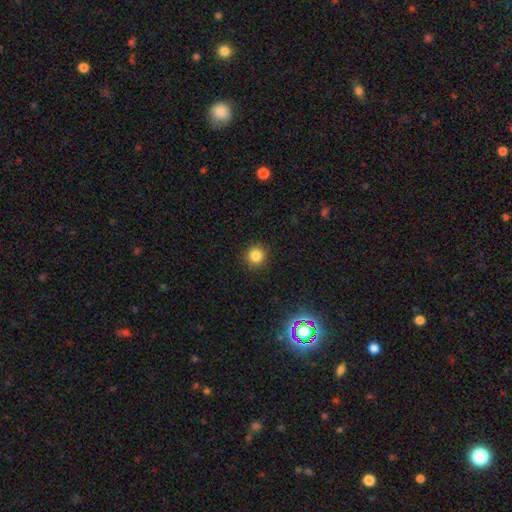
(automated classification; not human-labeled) The model was most divided on "smooth or featured": smooth: 83%, star or artifact: 13%, featured or disk: 5%. More confident: how rounded — round (95%); merging — none (92%).